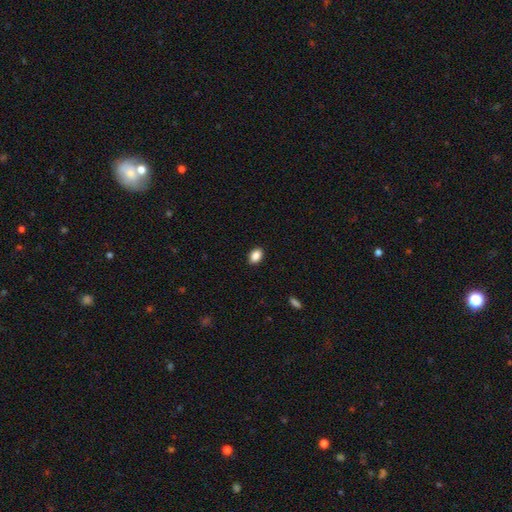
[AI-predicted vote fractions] Morphology: type=smooth (89%); roundness=in between (84%); merging=none (90%).